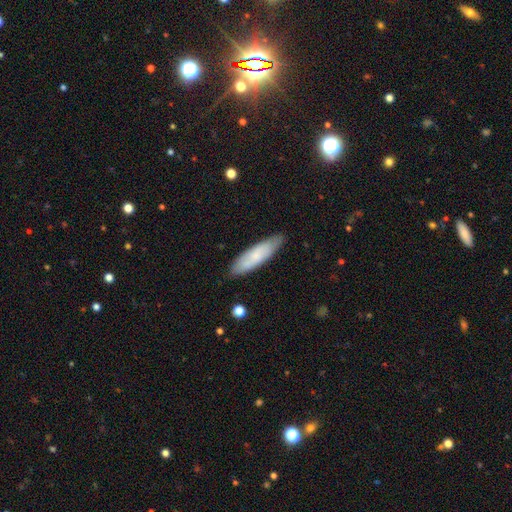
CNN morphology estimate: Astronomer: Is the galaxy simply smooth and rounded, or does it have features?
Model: smooth — 70%.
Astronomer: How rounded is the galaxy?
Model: cigar-shaped — 62%.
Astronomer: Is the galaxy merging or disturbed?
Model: none — 82%.